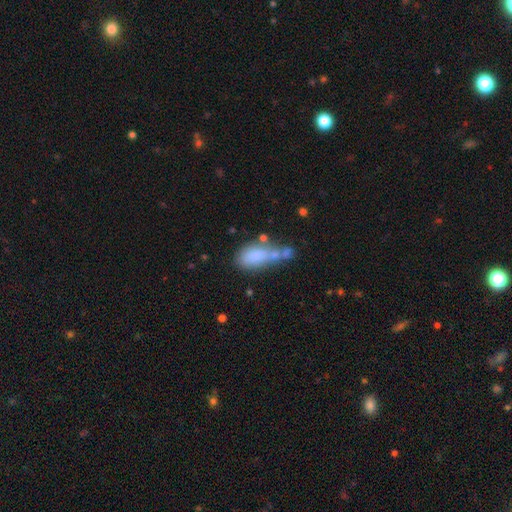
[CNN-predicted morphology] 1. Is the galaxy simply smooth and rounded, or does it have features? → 73% smooth, 17% featured or disk, 9% star or artifact.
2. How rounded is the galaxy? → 81% in between, 14% cigar-shaped, 5% round.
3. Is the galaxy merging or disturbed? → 31% merger (tied), 31% none (tied), 21% minor disturbance, 17% major disturbance.